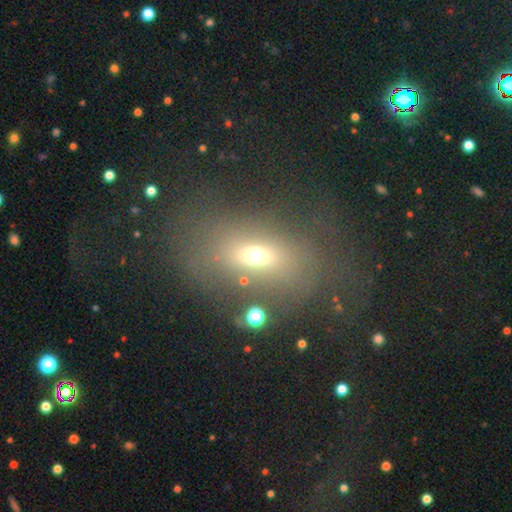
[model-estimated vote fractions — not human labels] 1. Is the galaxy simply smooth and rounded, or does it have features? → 59% smooth, 22% featured or disk, 19% star or artifact.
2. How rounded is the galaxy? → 71% in between, 23% round, 6% cigar-shaped.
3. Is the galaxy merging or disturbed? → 61% none, 17% minor disturbance, 17% major disturbance, 6% merger.